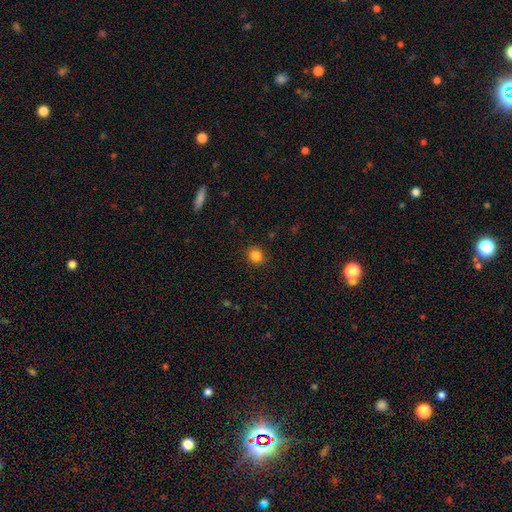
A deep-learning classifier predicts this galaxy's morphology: Smooth or featured? Predicted: smooth (p=0.84). How rounded? Predicted: round (p=0.86). Merging? Predicted: none (p=0.91).